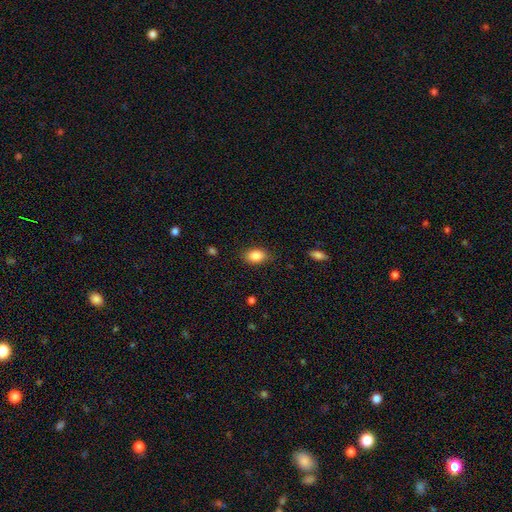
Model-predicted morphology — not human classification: smooth 87%, star or artifact 8%, featured or disk 5%. Down the decision tree: how rounded — in between (82%); merging — none (85%).